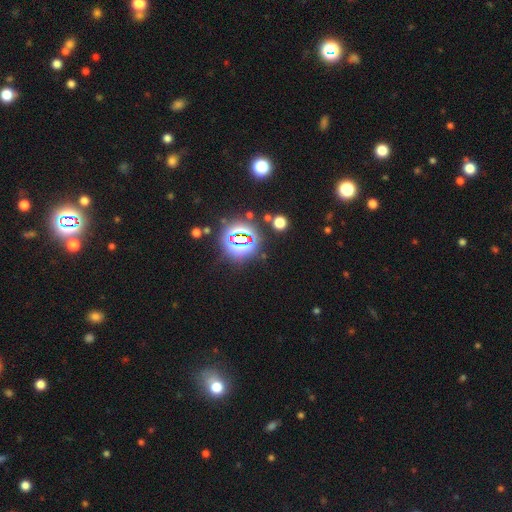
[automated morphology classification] Smooth or featured? Predicted: star or artifact (p=0.74).